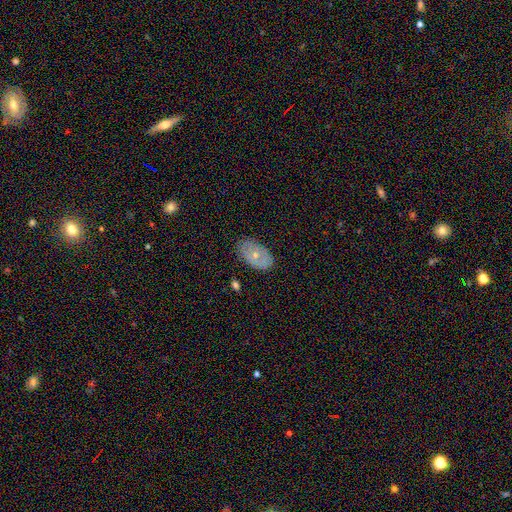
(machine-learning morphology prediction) smooth_or_featured: smooth (p=0.51) [alt: featured or disk p=0.41]
how_rounded: in between (p=0.90) [alt: round p=0.08]
merging: none (p=0.79) [alt: minor disturbance p=0.16]